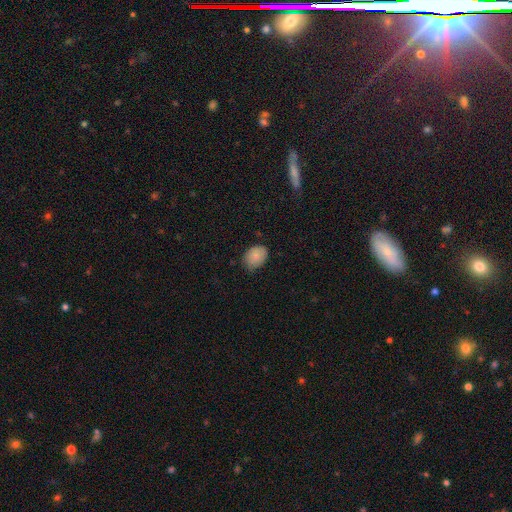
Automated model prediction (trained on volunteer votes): smooth-or-featured: smooth: 86% | star or artifact: 7% | featured or disk: 7%
  how-rounded: in between: 75% | round: 24% | cigar-shaped: 1%
  merging: none: 71% | minor disturbance: 24% | major disturbance: 4% | merger: 1%